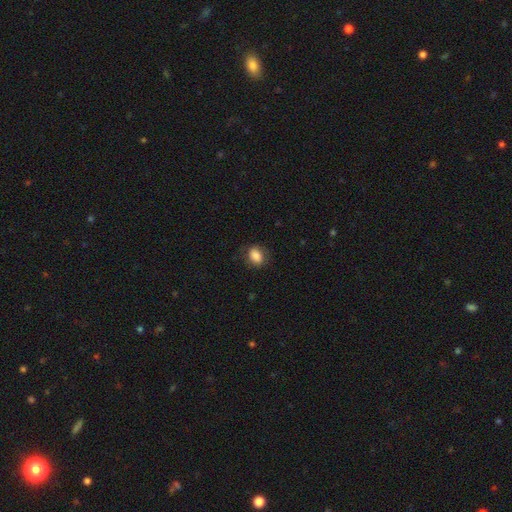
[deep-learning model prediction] A smooth galaxy with no disk features (84%) that is in between round and cigar-shaped (71%). Merging: none (81%).